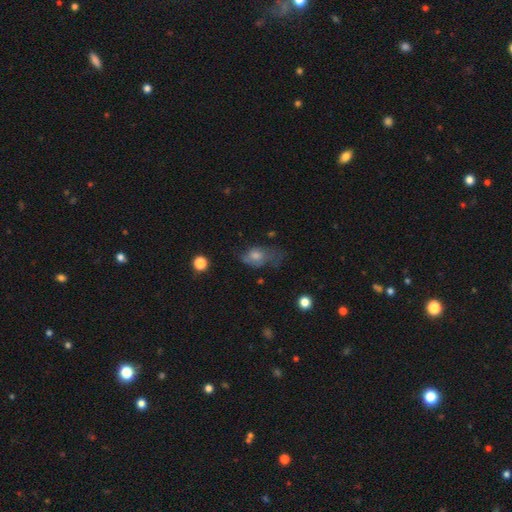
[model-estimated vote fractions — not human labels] Q: Smooth or featured?
A: smooth (49%); runner-up: featured or disk (36%)
Q: Merging?
A: none (41%); runner-up: minor disturbance (29%)